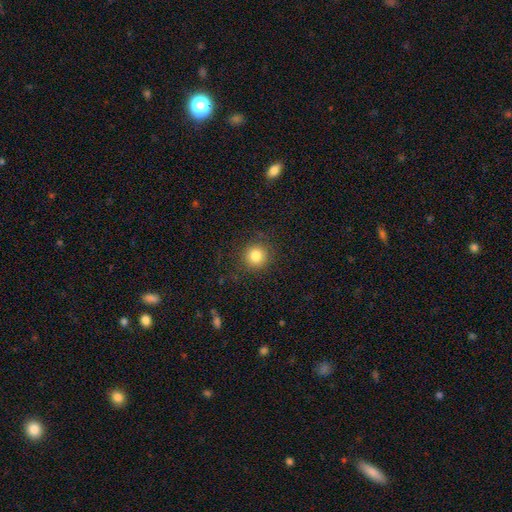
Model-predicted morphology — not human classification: smooth_or_featured: smooth (p=0.83) [alt: star or artifact p=0.11]
how_rounded: round (p=0.94) [alt: in between p=0.05]
merging: none (p=0.89) [alt: minor disturbance p=0.08]